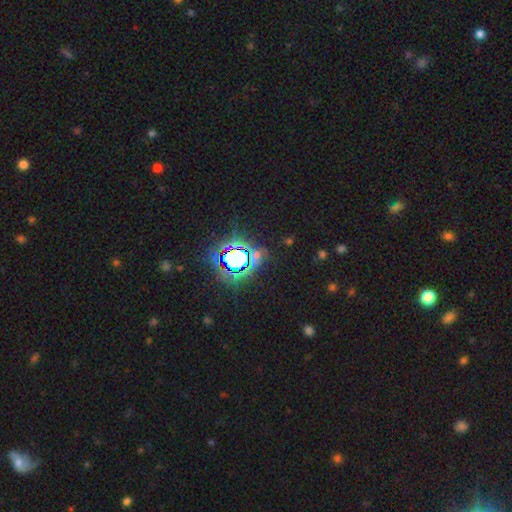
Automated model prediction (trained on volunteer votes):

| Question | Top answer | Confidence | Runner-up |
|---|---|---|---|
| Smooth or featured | star or artifact | 75% | smooth (16%) |